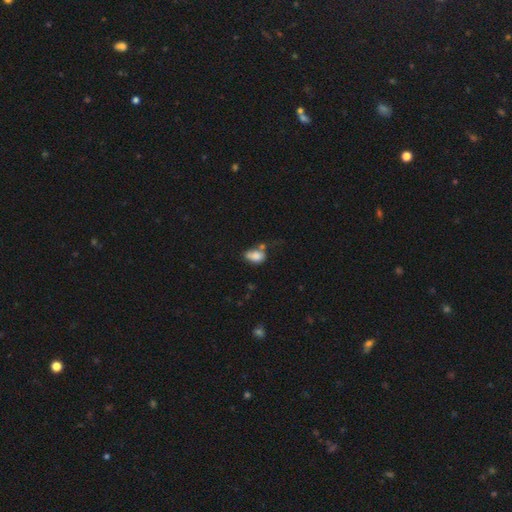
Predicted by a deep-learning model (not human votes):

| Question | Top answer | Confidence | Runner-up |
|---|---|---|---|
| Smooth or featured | smooth | 78% | featured or disk (12%) |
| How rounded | in between | 83% | round (15%) |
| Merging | none | 35% | minor disturbance (27%) |